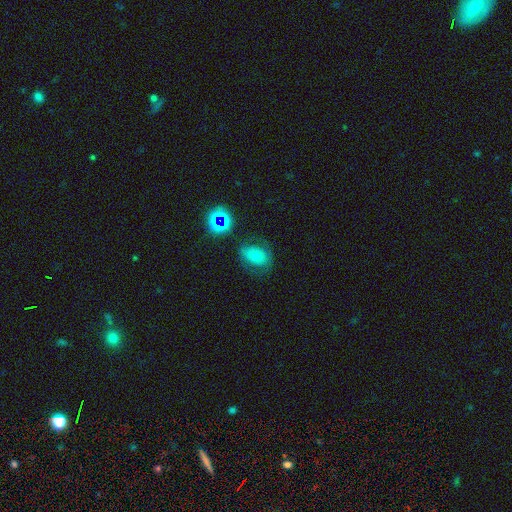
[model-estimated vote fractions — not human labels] Smooth or featured? Predicted: smooth (p=0.55). How rounded? Predicted: in between (p=0.70). Merging? Predicted: none (p=0.62).